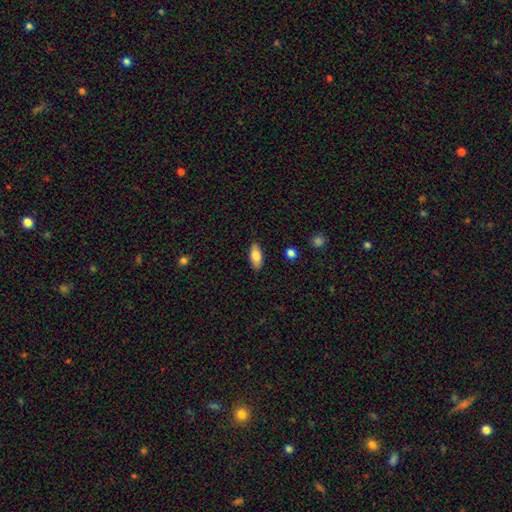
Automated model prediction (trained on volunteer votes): smooth-or-featured: smooth: 81% | featured or disk: 12% | star or artifact: 7%
  how-rounded: in between: 85% | cigar-shaped: 12% | round: 3%
  merging: none: 87% | minor disturbance: 10% | major disturbance: 2% | merger: 1%